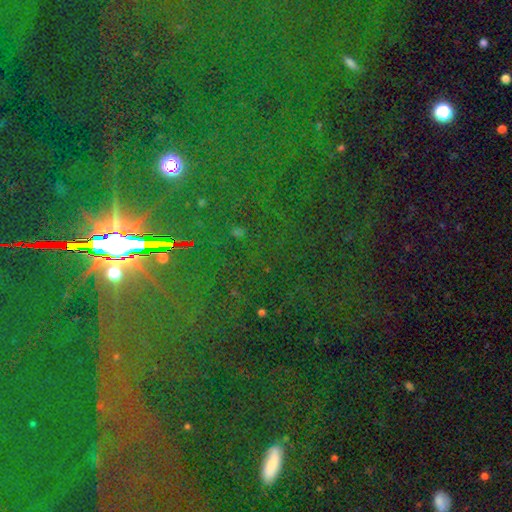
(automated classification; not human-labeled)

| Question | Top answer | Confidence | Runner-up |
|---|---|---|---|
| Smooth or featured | star or artifact | 84% | featured or disk (8%) |